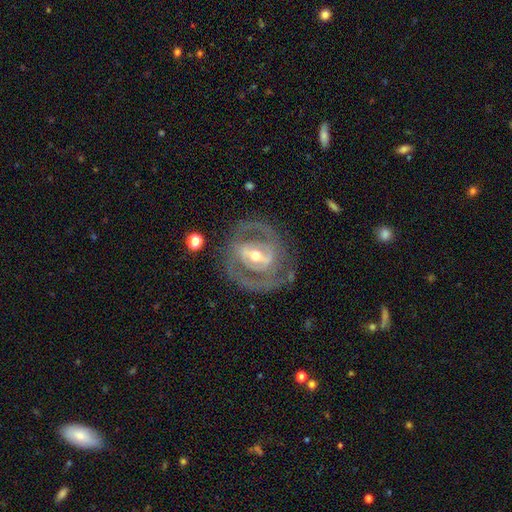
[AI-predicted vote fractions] smooth-or-featured: featured or disk: 86% | smooth: 9% | star or artifact: 5%
  disk-edge-on: no: 96% | yes: 4%
    bar: strong: 48% | weak: 34% | no: 18%
    has-spiral-arms: yes: 83% | no: 17%
      spiral-winding: tight: 47% | medium: 42% | loose: 11%
      spiral-arm-count: 2: 77% | can't tell: 11% | 3: 5% | 1: 4% | 4: 2% | more than 4: 1%
    bulge-size: moderate: 61% | small: 33% | large: 4% | none: 1% | dominant: 1%
  merging: none: 75% | minor disturbance: 14% | major disturbance: 9% | merger: 2%